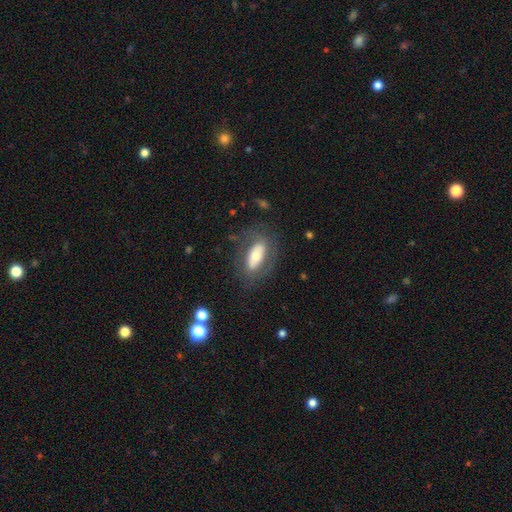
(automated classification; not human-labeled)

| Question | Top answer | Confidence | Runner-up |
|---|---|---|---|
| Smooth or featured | smooth | 50% | featured or disk (43%) |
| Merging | none | 73% | minor disturbance (16%) |